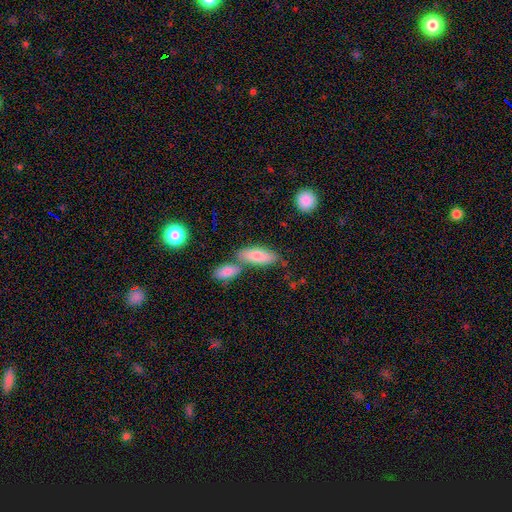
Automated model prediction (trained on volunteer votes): Smooth or featured? Predicted: smooth (p=0.79). How rounded? Predicted: in between (p=0.71). Merging? Predicted: none (p=0.50).